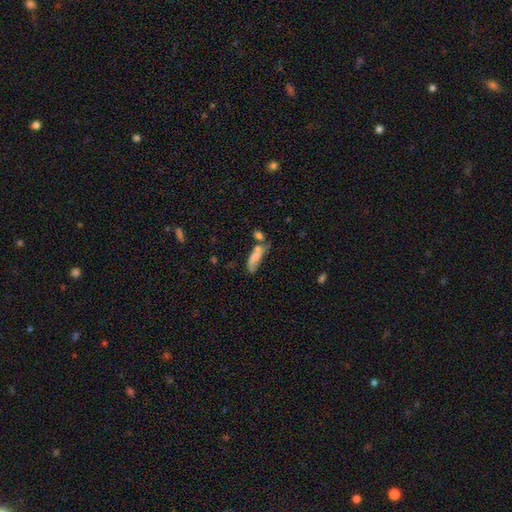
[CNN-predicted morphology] A smooth galaxy with no disk features (68%) that is in between round and cigar-shaped (55%). Merging: merger (33%).